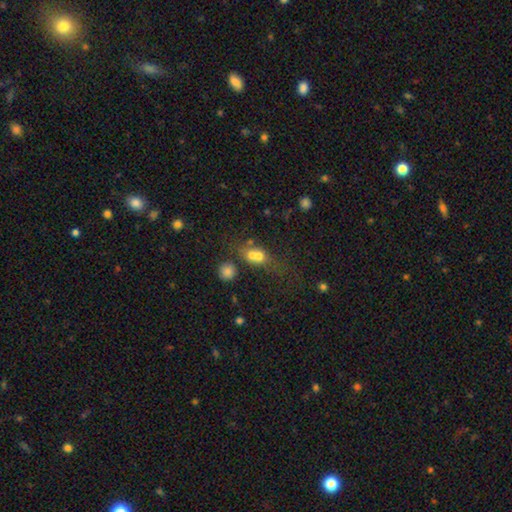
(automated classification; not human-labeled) Overall: smooth (65%). How rounded: round (62%; in between 34%). Merging: merger (59%; none 27%).